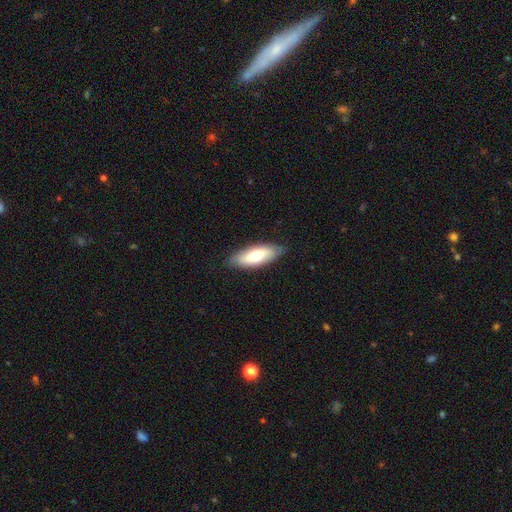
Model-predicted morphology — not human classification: type=smooth (70%); roundness=in between (71%); merging=none (84%).